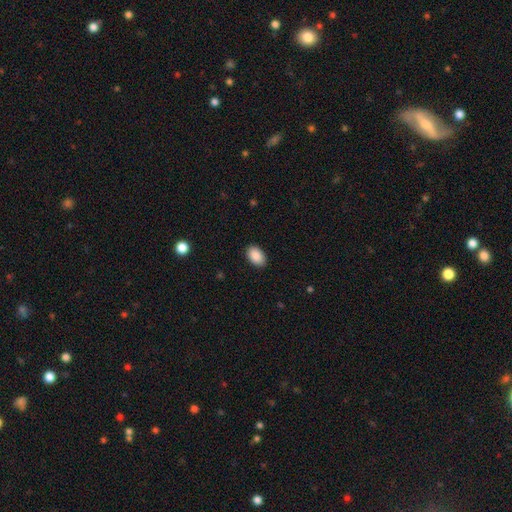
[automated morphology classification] Smooth or featured?
  - smooth: 90% *
  - star or artifact: 7%
  - featured or disk: 3%
How rounded?
  - in between: 92% *
  - round: 7%
  - cigar-shaped: 1%
Merging?
  - none: 89% *
  - minor disturbance: 8%
  - major disturbance: 2%
  - merger: 1%